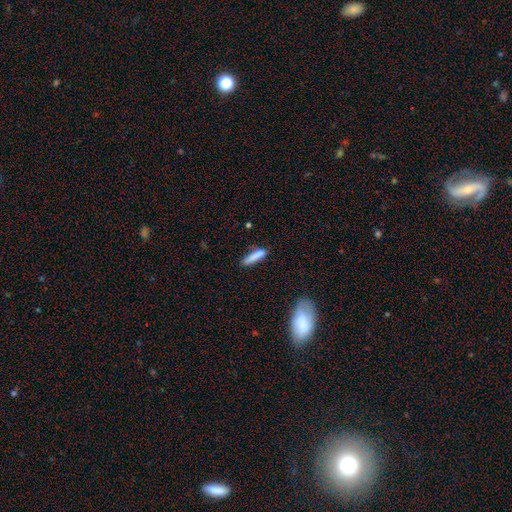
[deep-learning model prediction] This is clearly a smooth galaxy (82%). How rounded: clearly cigar-shaped (81%). Merging: likely none (70%).